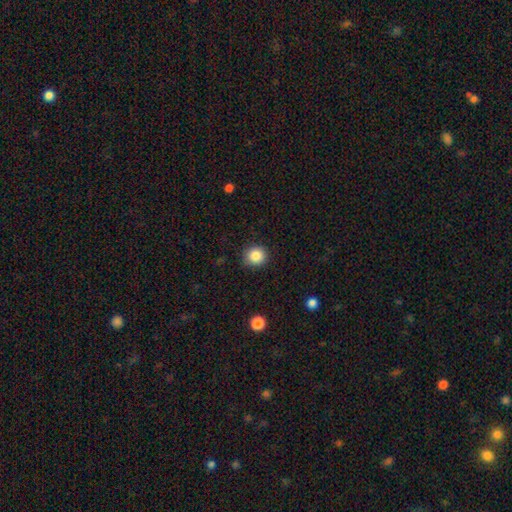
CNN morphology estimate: A smooth galaxy with no disk features (86%) that is round (91%).

Vote fractions:
- Smooth or featured? smooth: 86% / star or artifact: 10% / featured or disk: 4%
- How rounded? round: 91% / in between: 8% / cigar-shaped: 1%
- Merging? none: 89% / minor disturbance: 8% / major disturbance: 2% / merger: 1%